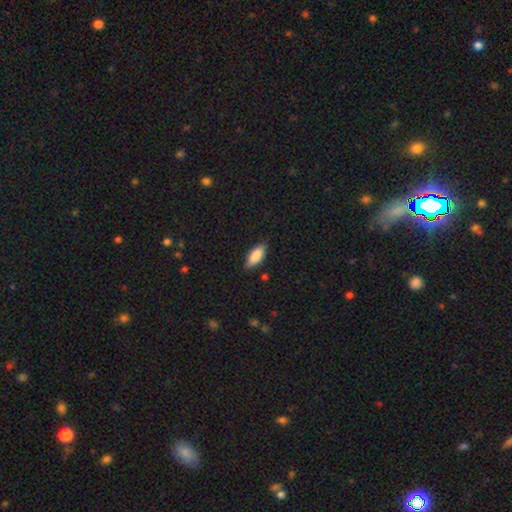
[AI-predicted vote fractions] Smooth or featured? smooth (86%)
How rounded? in between (82%)
Merging? none (85%)